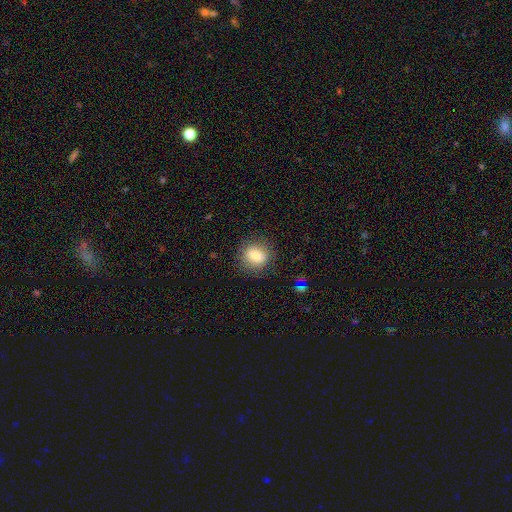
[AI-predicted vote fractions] Q: Smooth or featured?
A: smooth (79%); runner-up: featured or disk (12%)
Q: How rounded?
A: round (65%); runner-up: in between (33%)
Q: Merging?
A: none (81%); runner-up: minor disturbance (13%)